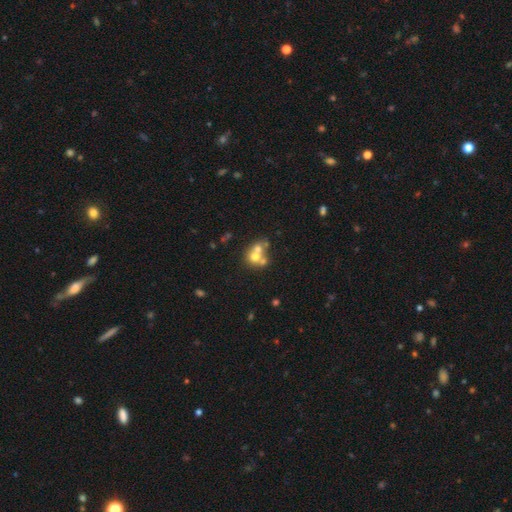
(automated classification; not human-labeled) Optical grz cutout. It shows a smooth galaxy with no disk features (59%) that is round (75%). Merging: merger (59%).